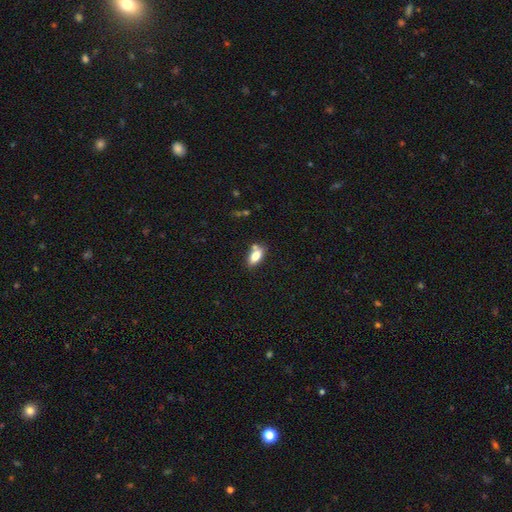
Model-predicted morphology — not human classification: Q: Smooth or featured?
A: smooth (80%); runner-up: featured or disk (12%)
Q: How rounded?
A: in between (87%); runner-up: cigar-shaped (8%)
Q: Merging?
A: none (66%); runner-up: merger (16%)